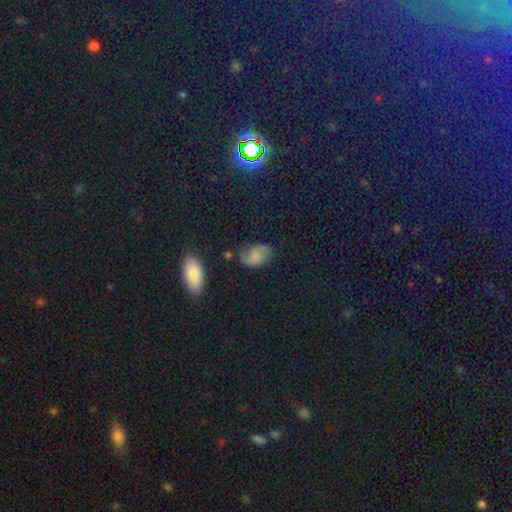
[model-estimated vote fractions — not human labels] Smooth or featured?
  - smooth: 45% *
  - featured or disk: 40%
  - star or artifact: 15%
Merging?
  - none: 57% *
  - minor disturbance: 26%
  - major disturbance: 12%
  - merger: 5%